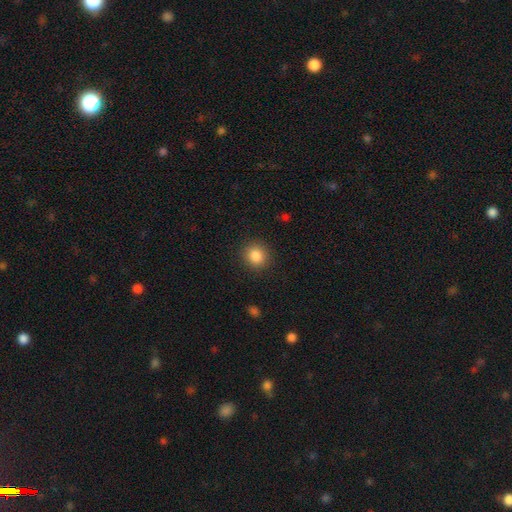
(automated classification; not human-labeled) A smooth galaxy with no disk features (86%) that is round (86%). Merging: none (89%).